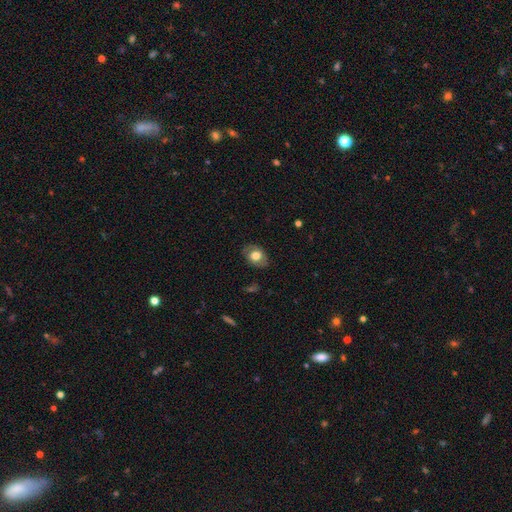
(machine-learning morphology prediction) This appears to be a smooth galaxy with no disk features (69%) that is in between round and cigar-shaped (75%). Merging: none (80%).